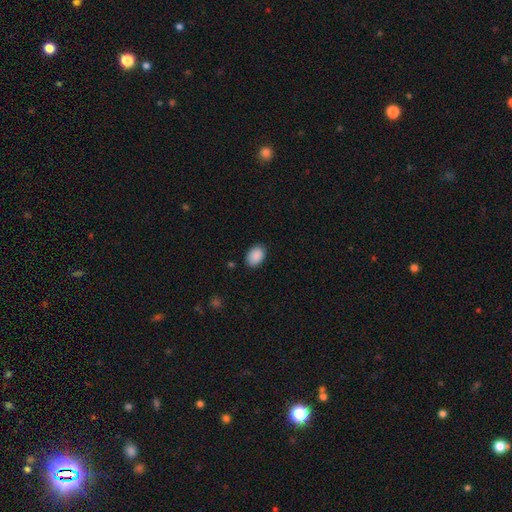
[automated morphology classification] type=smooth (90%); roundness=in between (85%); merging=none (86%).